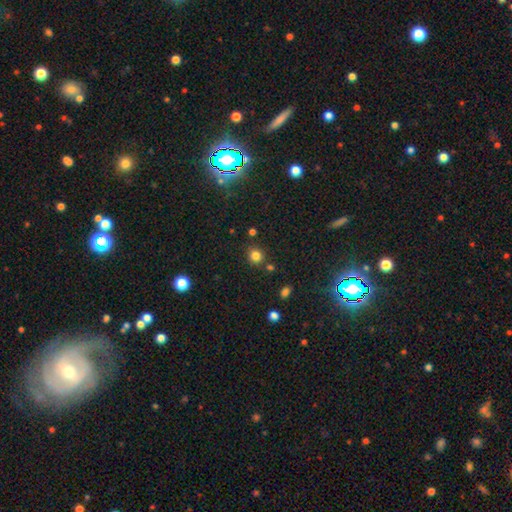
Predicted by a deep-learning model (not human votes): The model was most divided on "smooth or featured": smooth: 80%, star or artifact: 15%, featured or disk: 5%. More confident: how rounded — round (88%); merging — none (80%).